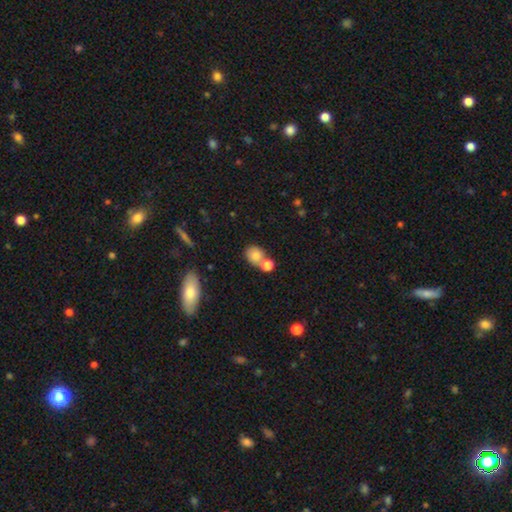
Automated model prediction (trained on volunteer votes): The model was most divided on "merging": none: 52%, merger: 33%, minor disturbance: 11%, major disturbance: 4%. More confident: smooth or featured — smooth (80%); how rounded — round (70%).